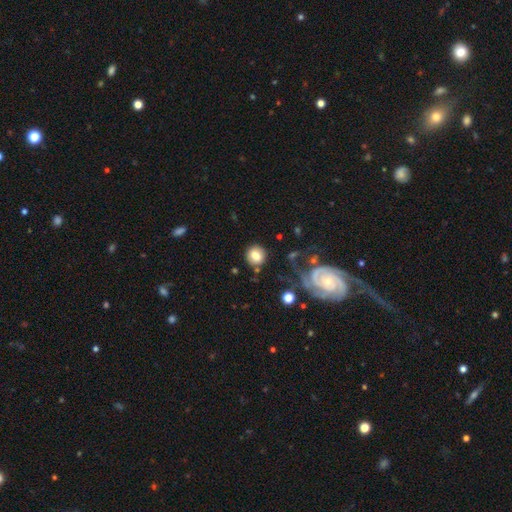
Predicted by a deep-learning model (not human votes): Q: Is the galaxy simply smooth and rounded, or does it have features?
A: smooth — 75%.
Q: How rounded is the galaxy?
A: round — 84%.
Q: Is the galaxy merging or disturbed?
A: none — 78%.